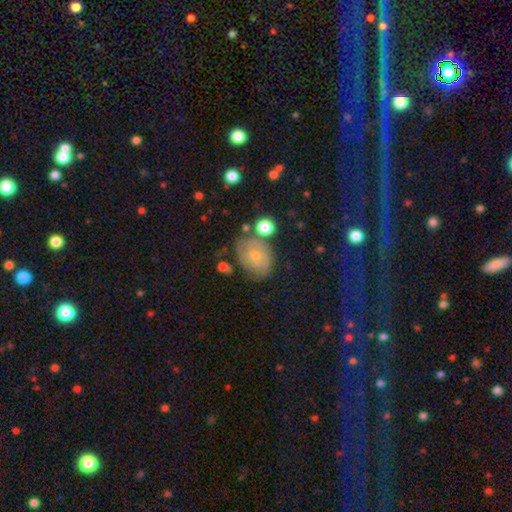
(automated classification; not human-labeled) The model was most divided on "smooth or featured": smooth: 47%, featured or disk: 44%, star or artifact: 9%. More confident: merging — none (57%).